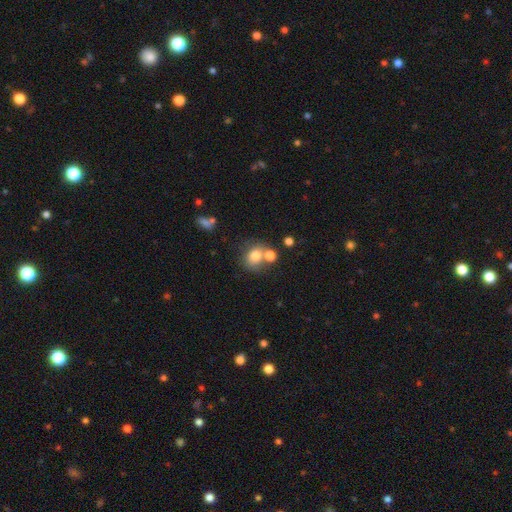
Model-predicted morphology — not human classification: A smooth galaxy with no disk features (75%) that is round (72%). Merging: none (51%).